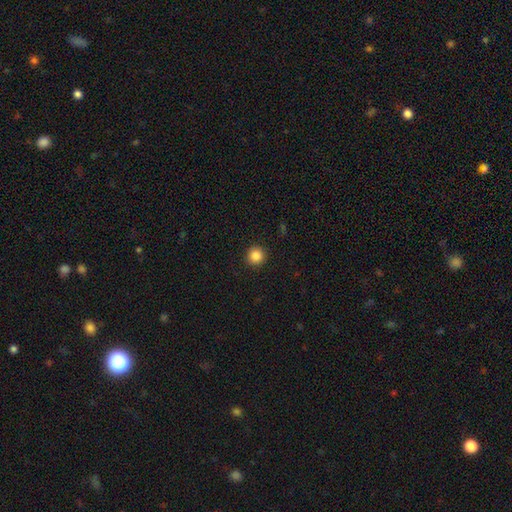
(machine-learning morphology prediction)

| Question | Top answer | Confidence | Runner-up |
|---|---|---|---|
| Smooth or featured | smooth | 86% | star or artifact (11%) |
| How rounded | round | 95% | in between (5%) |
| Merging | none | 93% | minor disturbance (5%) |